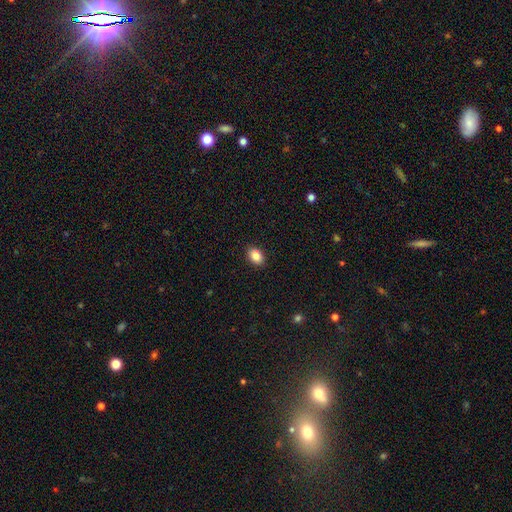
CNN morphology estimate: Smooth or featured? Predicted: smooth (p=0.87). How rounded? Predicted: in between (p=0.80). Merging? Predicted: none (p=0.90).